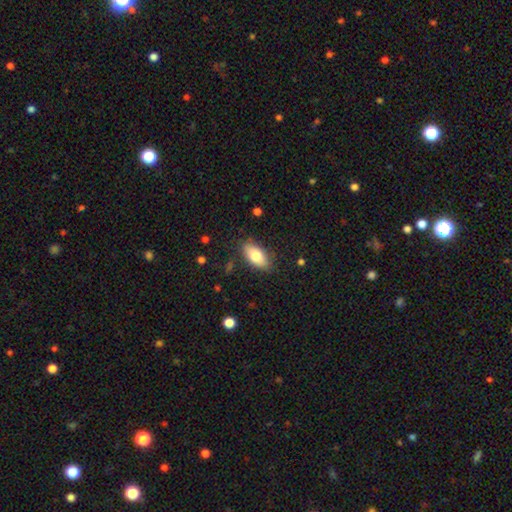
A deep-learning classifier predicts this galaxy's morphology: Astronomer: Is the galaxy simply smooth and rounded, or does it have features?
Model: smooth — 77%.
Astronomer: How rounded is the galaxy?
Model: in between — 90%.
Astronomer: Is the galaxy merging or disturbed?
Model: none — 84%.